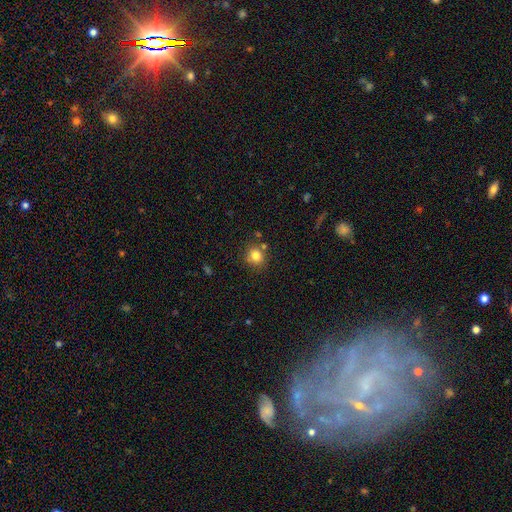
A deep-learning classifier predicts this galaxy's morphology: The model was most divided on "how rounded": round: 82%, in between: 18%, cigar-shaped: 1%. More confident: smooth or featured — smooth (80%); merging — none (78%).